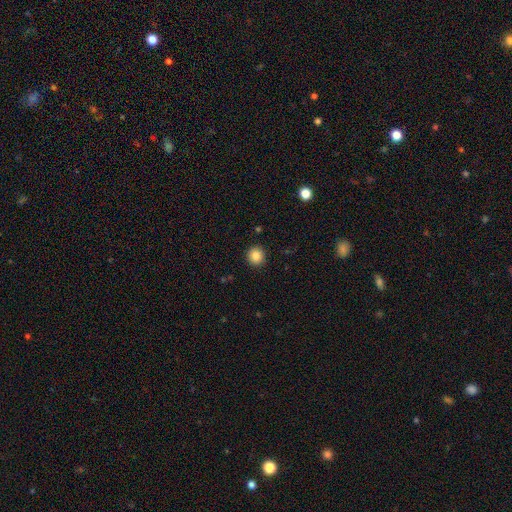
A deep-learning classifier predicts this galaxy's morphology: smooth 85%, star or artifact 10%, featured or disk 5%. Down the decision tree: how rounded — round (93%); merging — none (92%).